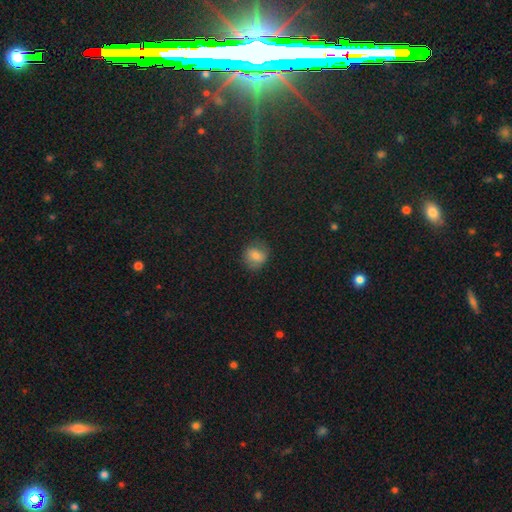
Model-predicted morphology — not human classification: Overall: smooth (76%). How rounded: round (69%; in between 30%). Merging: none (80%).